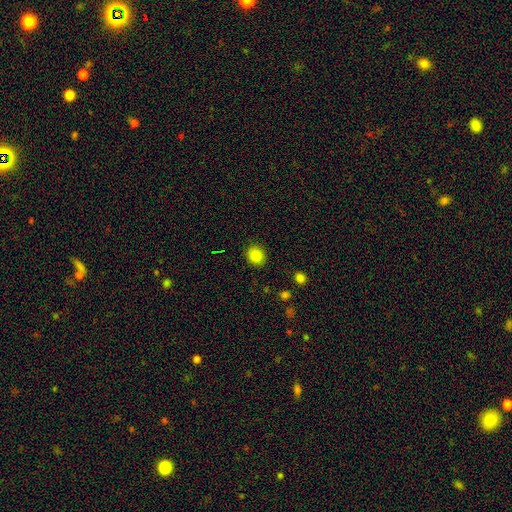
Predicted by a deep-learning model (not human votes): smooth 86%, star or artifact 11%, featured or disk 4%. Down the decision tree: how rounded — round (73%); merging — none (89%).